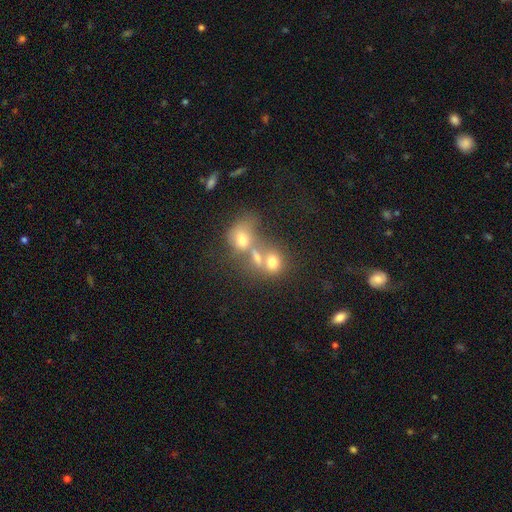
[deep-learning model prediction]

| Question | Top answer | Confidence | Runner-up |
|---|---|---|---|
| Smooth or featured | smooth | 57% | featured or disk (25%) |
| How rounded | round | 56% | in between (43%) |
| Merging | merger | 65% | none (21%) |